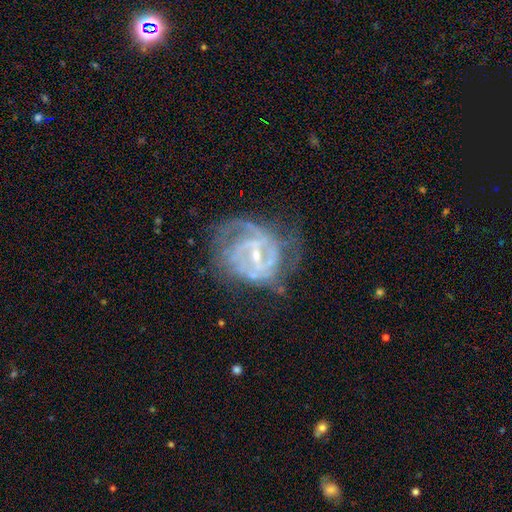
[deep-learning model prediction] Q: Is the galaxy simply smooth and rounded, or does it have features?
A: featured or disk — 85%.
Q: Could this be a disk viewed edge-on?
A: no — 97%.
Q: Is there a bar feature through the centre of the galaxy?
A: weak — 50%.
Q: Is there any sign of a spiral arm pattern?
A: yes — 89%.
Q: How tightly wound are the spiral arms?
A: tight — 48%.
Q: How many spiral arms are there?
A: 2 — 35%.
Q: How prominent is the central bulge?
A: small — 68%.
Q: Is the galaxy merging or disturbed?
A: none — 51%.